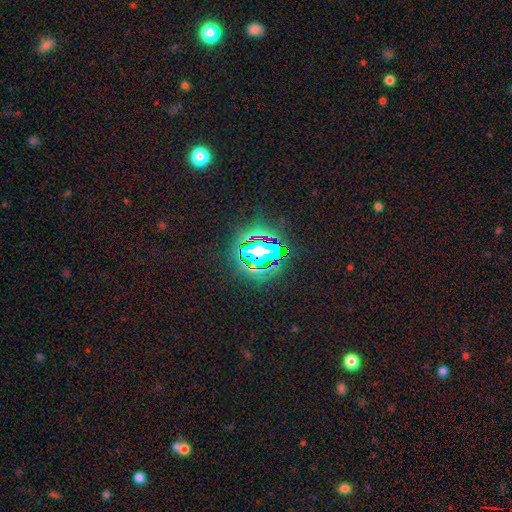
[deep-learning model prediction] Q: Smooth or featured?
A: star or artifact (72%); runner-up: smooth (17%)